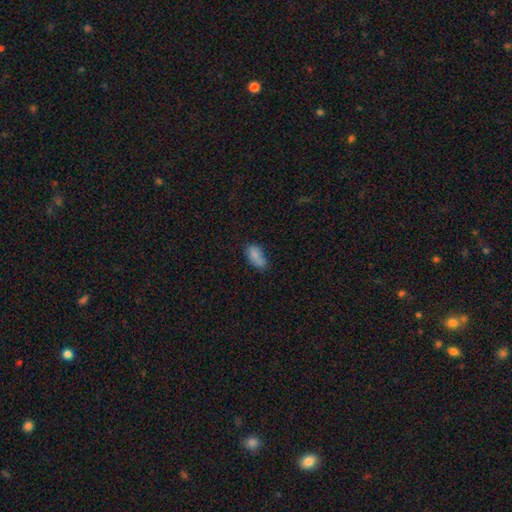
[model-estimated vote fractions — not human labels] smooth-or-featured: smooth: 82% | star or artifact: 9% | featured or disk: 9%
  how-rounded: in between: 90% | cigar-shaped: 6% | round: 4%
  merging: none: 56% | minor disturbance: 30% | major disturbance: 8% | merger: 5%